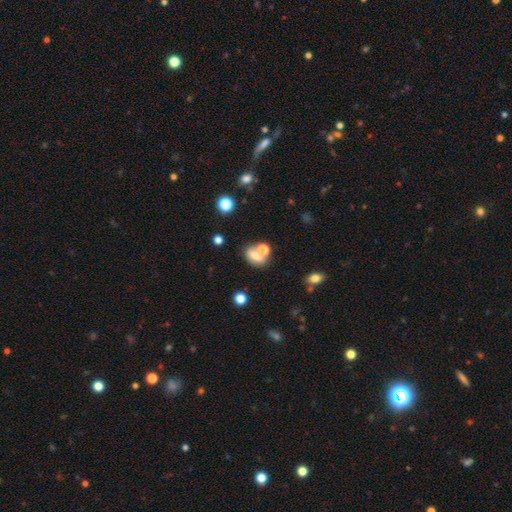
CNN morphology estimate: A smooth galaxy with no disk features (65%) that is in between round and cigar-shaped (63%). Merging: none (45%).